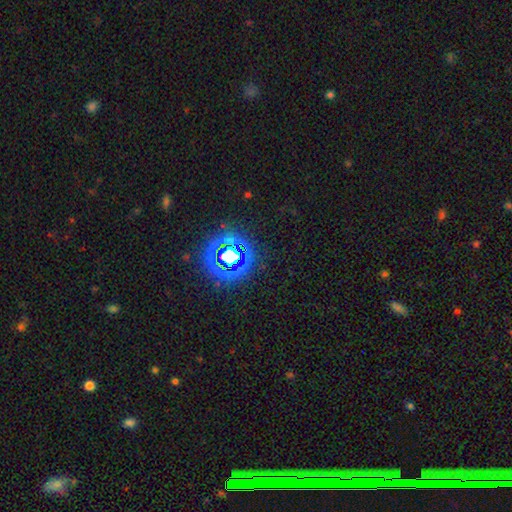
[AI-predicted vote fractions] Smooth or featured?
  - star or artifact: 76% *
  - smooth: 15%
  - featured or disk: 9%